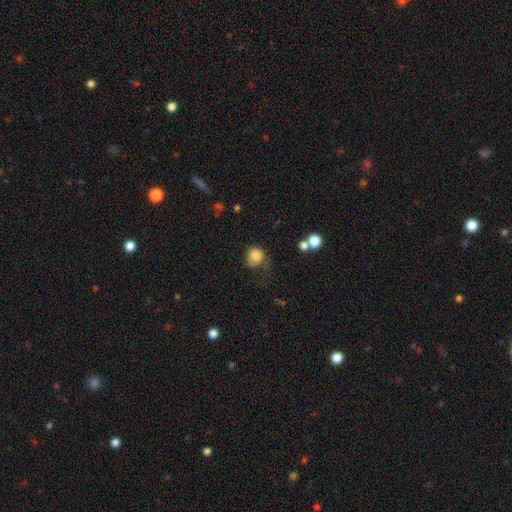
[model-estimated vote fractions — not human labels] Q: Smooth or featured?
A: smooth (82%); runner-up: star or artifact (10%)
Q: How rounded?
A: round (76%); runner-up: in between (24%)
Q: Merging?
A: none (44%); runner-up: minor disturbance (31%)